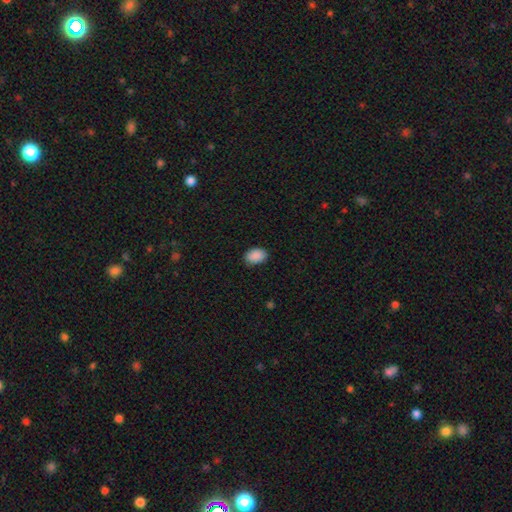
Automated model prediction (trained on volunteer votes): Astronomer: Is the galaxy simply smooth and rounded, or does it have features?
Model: smooth — 90%.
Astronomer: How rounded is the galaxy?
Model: in between — 84%.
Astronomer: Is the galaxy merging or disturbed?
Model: none — 87%.